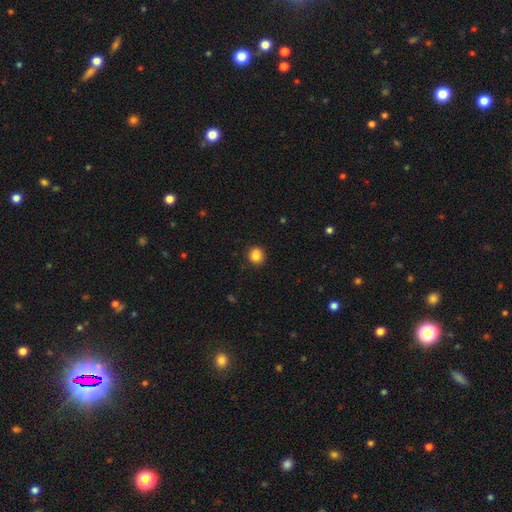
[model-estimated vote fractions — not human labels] Smooth or featured: smooth — 86% (star or artifact — 10%)
How rounded: round — 88% (in between — 11%)
Merging: none — 90% (minor disturbance — 8%)